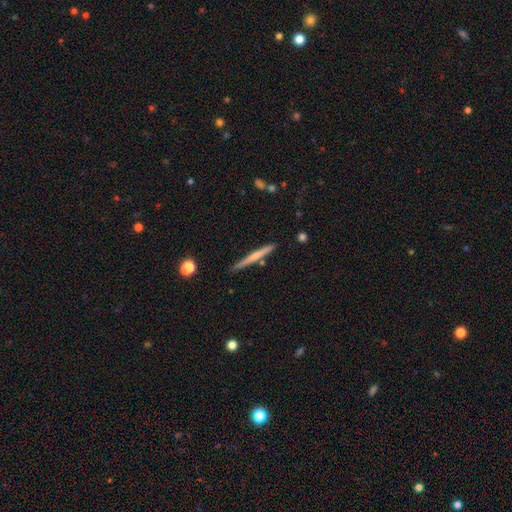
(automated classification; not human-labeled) smooth_or_featured: smooth (p=0.49) [alt: featured or disk p=0.45]
merging: none (p=0.84) [alt: minor disturbance p=0.10]